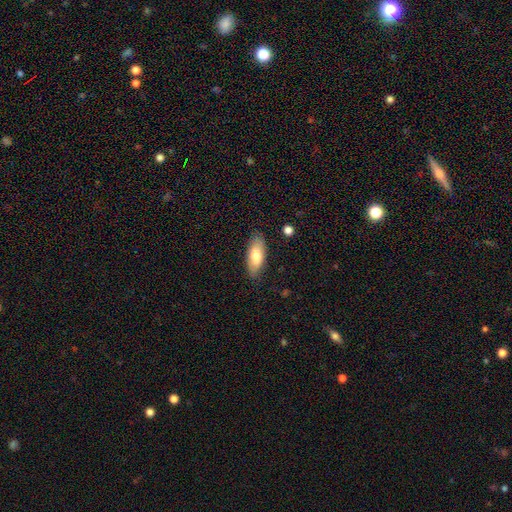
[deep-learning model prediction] The model was most divided on "smooth or featured": smooth: 75%, featured or disk: 19%, star or artifact: 6%. More confident: merging — none (83%); how rounded — in between (78%).